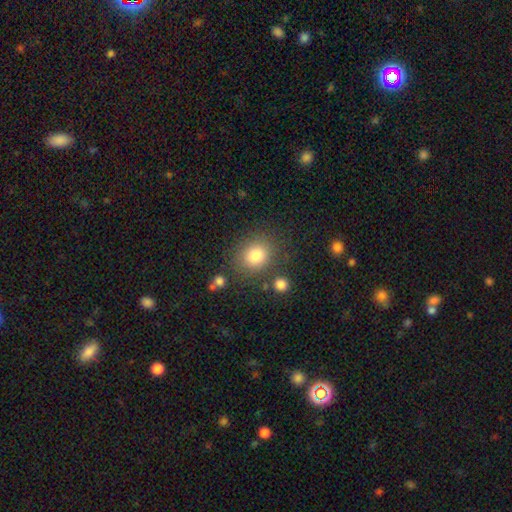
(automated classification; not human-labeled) A smooth galaxy with no disk features (82%) that is round (67%). Merging: none (78%).